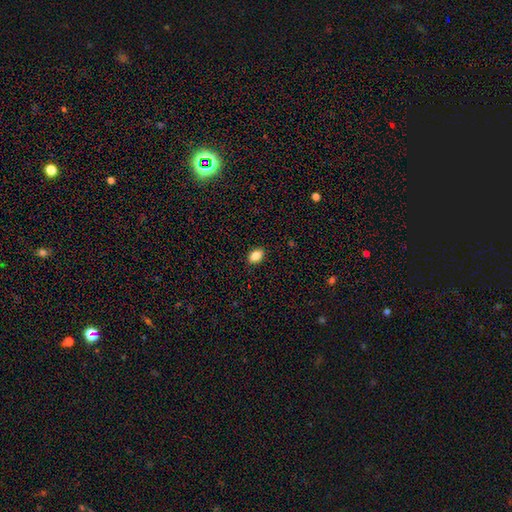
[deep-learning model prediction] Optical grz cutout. It shows a smooth galaxy with no disk features (85%) that is in between round and cigar-shaped (85%). Merging: none (89%).